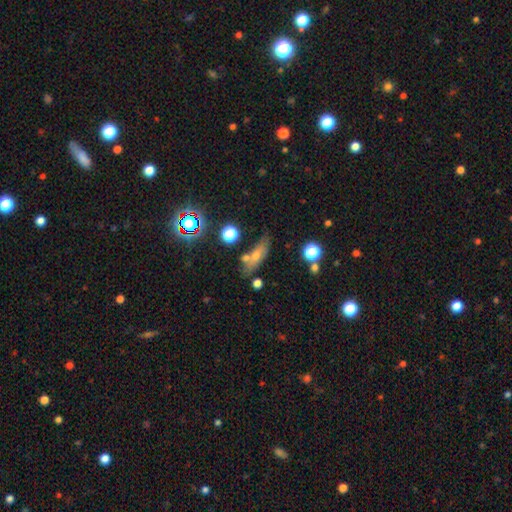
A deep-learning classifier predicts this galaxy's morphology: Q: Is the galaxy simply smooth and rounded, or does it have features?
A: smooth — 54%.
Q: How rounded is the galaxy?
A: in between — 54%.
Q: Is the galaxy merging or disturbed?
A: none — 63%.